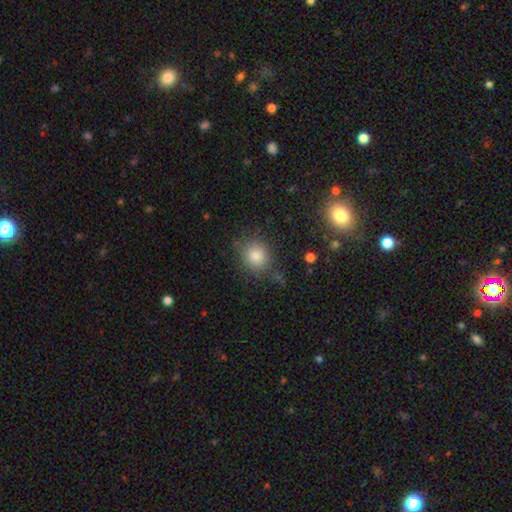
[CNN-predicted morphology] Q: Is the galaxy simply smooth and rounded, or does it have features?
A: smooth — 83%.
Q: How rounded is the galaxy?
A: round — 77%.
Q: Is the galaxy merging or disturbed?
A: none — 81%.